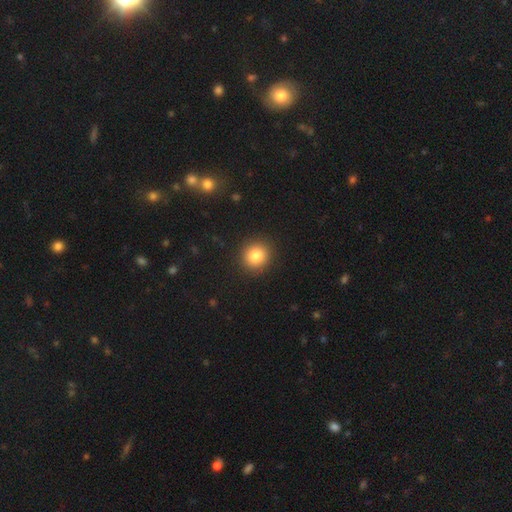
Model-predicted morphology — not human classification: A smooth galaxy with no disk features (84%) that is round (90%). Merging: none (91%).